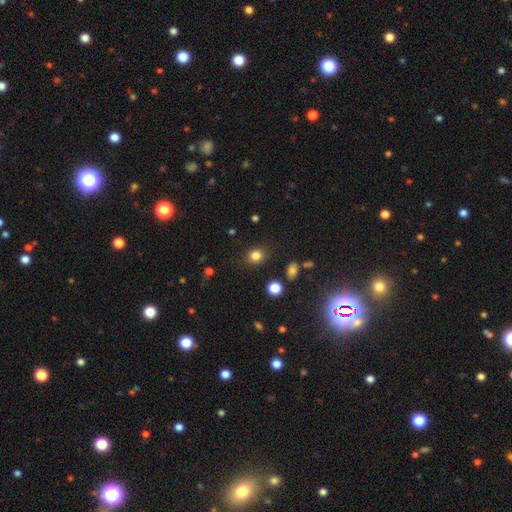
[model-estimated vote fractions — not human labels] Morphology: type=smooth (82%); roundness=round (69%); merging=none (85%).